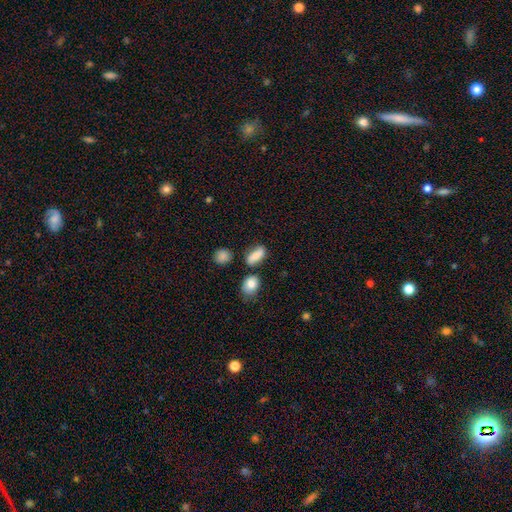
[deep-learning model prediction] Smooth or featured? Predicted: smooth (p=0.75). How rounded? Predicted: in between (p=0.69). Merging? Predicted: none (p=0.67).